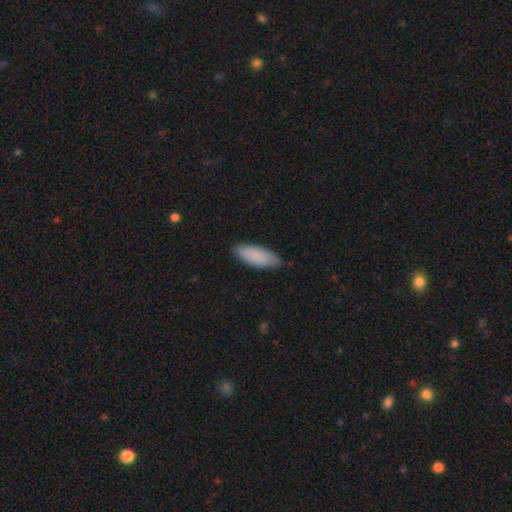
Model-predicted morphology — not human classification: A smooth galaxy with no disk features (88%) that is in between round and cigar-shaped (73%).

Vote fractions:
- Smooth or featured? smooth: 88% / featured or disk: 7% / star or artifact: 5%
- How rounded? in between: 73% / cigar-shaped: 25% / round: 2%
- Merging? none: 81% / minor disturbance: 16% / major disturbance: 2% / merger: 1%